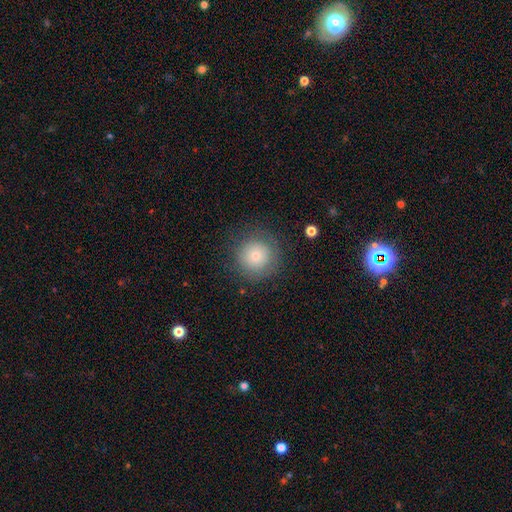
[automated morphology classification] Smooth or featured?
  - smooth: 73% *
  - featured or disk: 15%
  - star or artifact: 12%
How rounded?
  - round: 95% *
  - in between: 4%
  - cigar-shaped: 1%
Merging?
  - none: 84% *
  - minor disturbance: 10%
  - major disturbance: 5%
  - merger: 1%